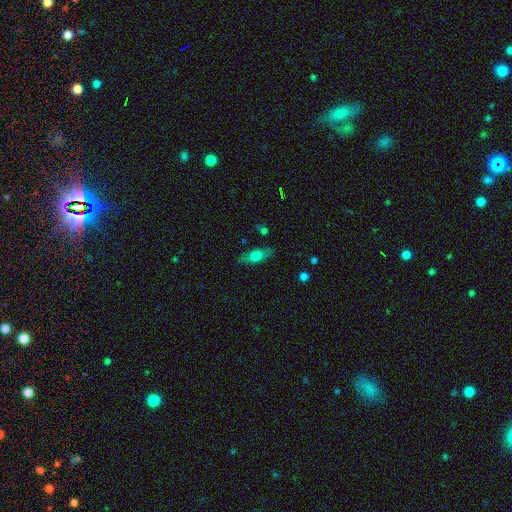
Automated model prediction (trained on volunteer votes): A smooth galaxy with no disk features (64%) that is in between round and cigar-shaped (71%).

Vote fractions:
- Smooth or featured? smooth: 64% / featured or disk: 29% / star or artifact: 7%
- How rounded? in between: 71% / cigar-shaped: 25% / round: 4%
- Merging? none: 83% / minor disturbance: 12% / major disturbance: 3% / merger: 2%